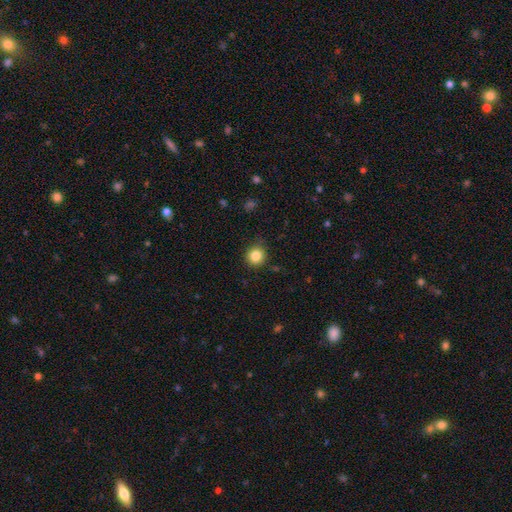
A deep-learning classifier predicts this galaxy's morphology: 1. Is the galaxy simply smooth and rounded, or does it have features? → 84% smooth, 11% star or artifact, 5% featured or disk.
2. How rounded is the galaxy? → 91% round, 8% in between, 1% cigar-shaped.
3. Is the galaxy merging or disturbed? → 85% none, 11% minor disturbance, 3% major disturbance, 1% merger.